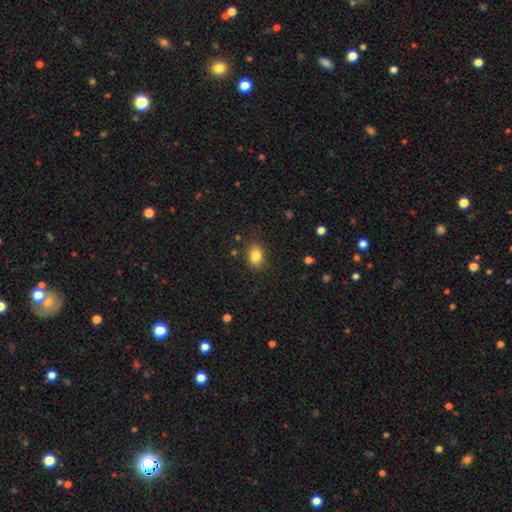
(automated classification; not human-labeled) This appears to be a smooth galaxy with no disk features (84%) that is in between round and cigar-shaped (80%). Merging: none (84%).